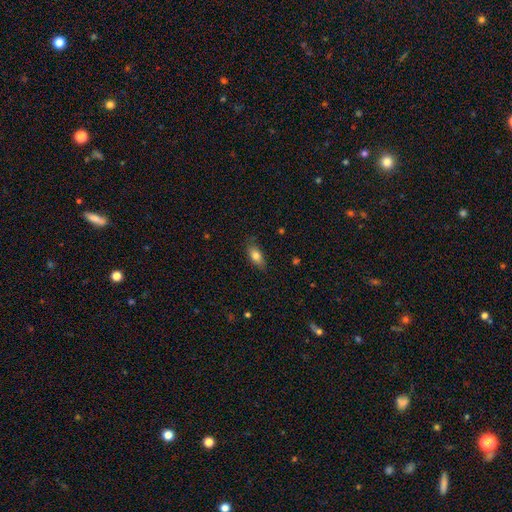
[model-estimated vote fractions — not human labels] Smooth or featured? Predicted: smooth (p=0.79). How rounded? Predicted: in between (p=0.83). Merging? Predicted: none (p=0.79).